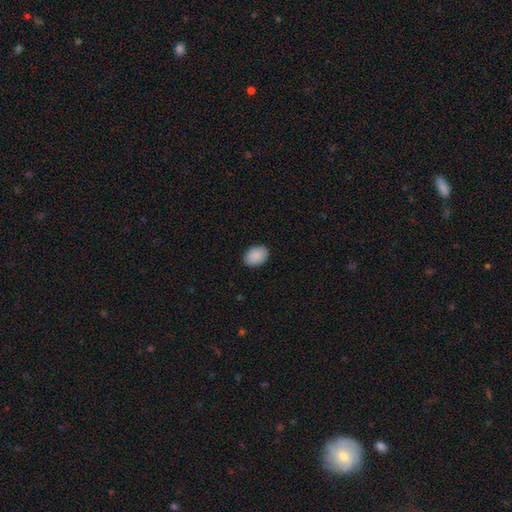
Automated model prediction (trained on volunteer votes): A smooth galaxy with no disk features (91%) that is in between round and cigar-shaped (80%). Merging: none (90%).